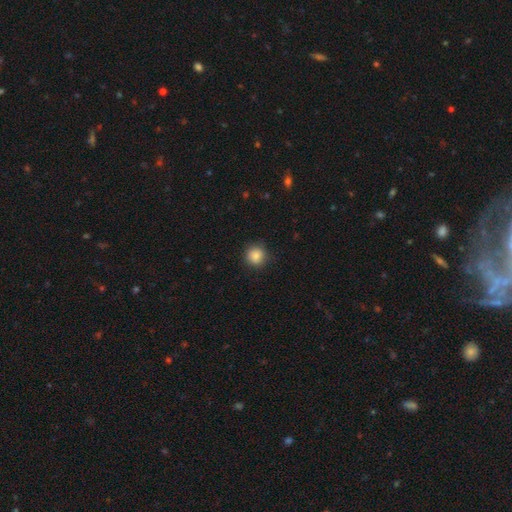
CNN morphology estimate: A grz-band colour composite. It shows a smooth galaxy with no disk features (85%) that is round (91%). Merging: none (86%).